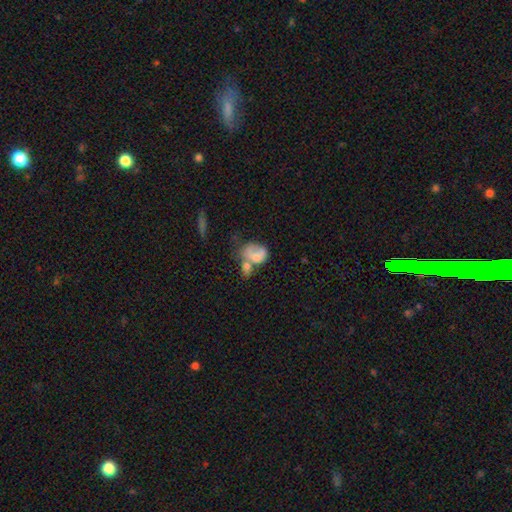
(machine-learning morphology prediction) This appears to be a smooth galaxy with no disk features (65%) that is in between round and cigar-shaped (72%). Merging: merger (49%).